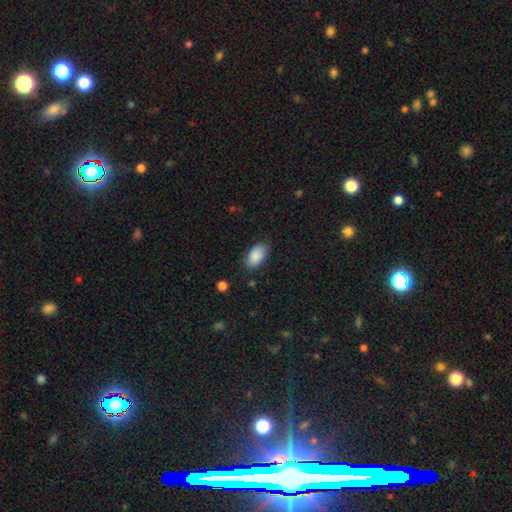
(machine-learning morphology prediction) A smooth galaxy with no disk features (88%) that is in between round and cigar-shaped (94%).

Vote fractions:
- Smooth or featured? smooth: 88% / star or artifact: 7% / featured or disk: 6%
- How rounded? in between: 94% / round: 4% / cigar-shaped: 2%
- Merging? none: 80% / minor disturbance: 16% / major disturbance: 3% / merger: 1%